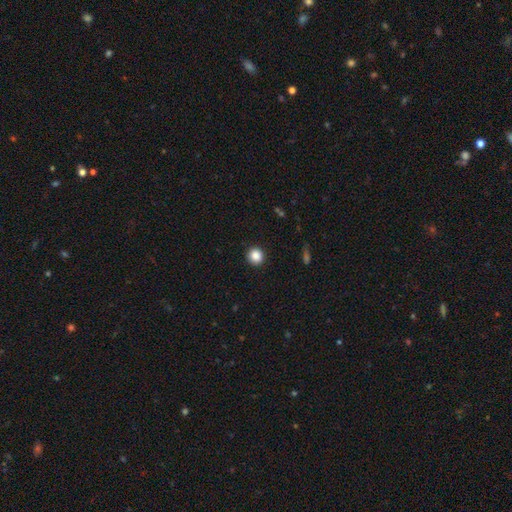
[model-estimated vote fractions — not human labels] Smooth or featured? smooth (87%)
How rounded? round (92%)
Merging? none (92%)